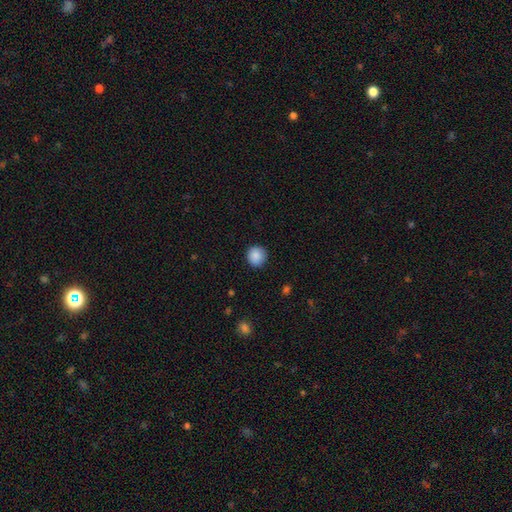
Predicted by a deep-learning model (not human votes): The model was most divided on "smooth or featured": smooth: 89%, star or artifact: 8%, featured or disk: 3%. More confident: how rounded — round (93%); merging — none (90%).